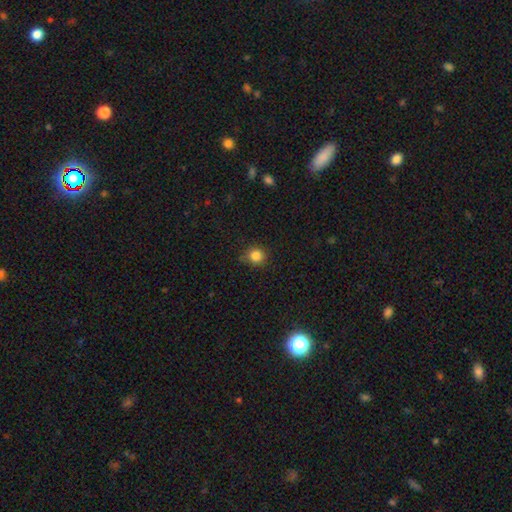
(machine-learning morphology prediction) Smooth or featured: smooth — 84% (star or artifact — 12%)
How rounded: round — 91% (in between — 8%)
Merging: none — 82% (minor disturbance — 14%)